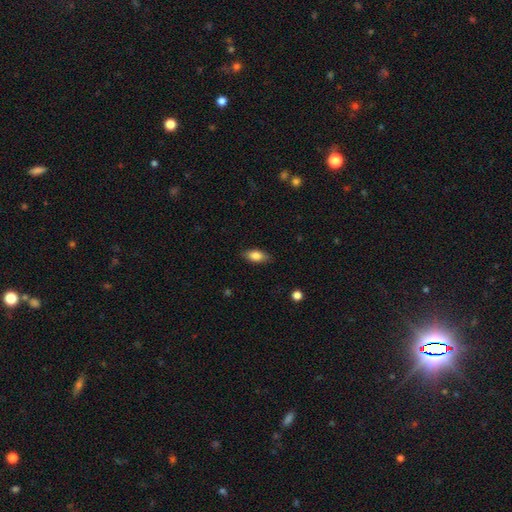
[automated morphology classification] Smooth or featured?
  - smooth: 82% *
  - featured or disk: 11%
  - star or artifact: 7%
How rounded?
  - in between: 86% *
  - cigar-shaped: 10%
  - round: 4%
Merging?
  - none: 85% *
  - minor disturbance: 12%
  - major disturbance: 3%
  - merger: 1%